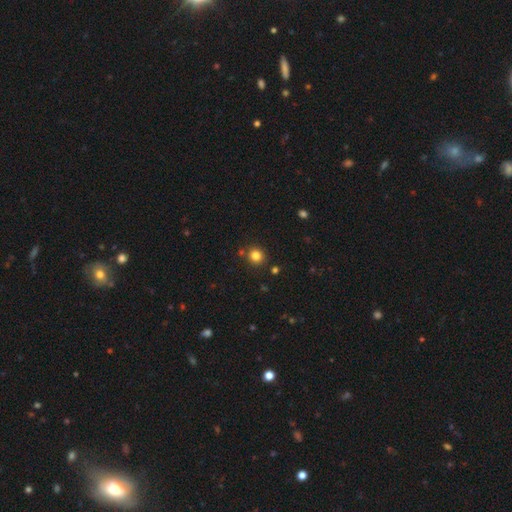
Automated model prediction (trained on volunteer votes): A smooth galaxy with no disk features (81%) that is round (88%). Merging: none (85%).